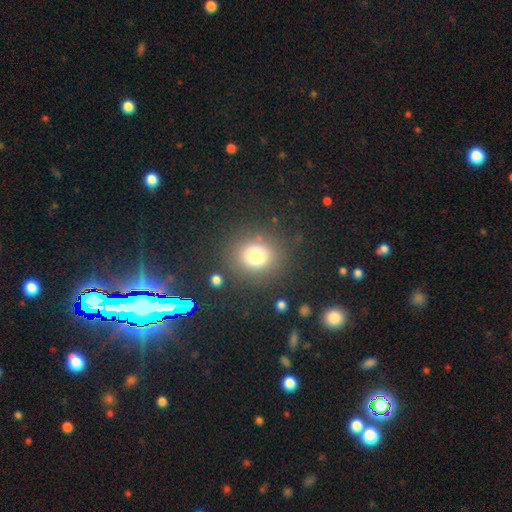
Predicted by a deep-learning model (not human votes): Smooth or featured: smooth — 76% (star or artifact — 15%)
How rounded: round — 84% (in between — 15%)
Merging: none — 83% (minor disturbance — 9%)